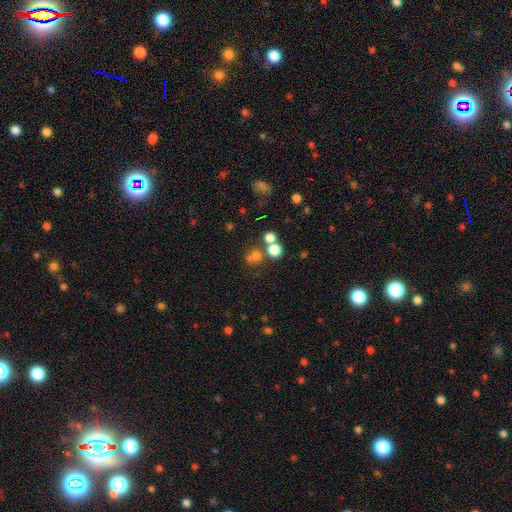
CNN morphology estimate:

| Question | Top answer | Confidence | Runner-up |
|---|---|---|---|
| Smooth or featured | smooth | 66% | star or artifact (23%) |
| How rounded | round | 84% | in between (15%) |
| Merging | none | 54% | merger (32%) |